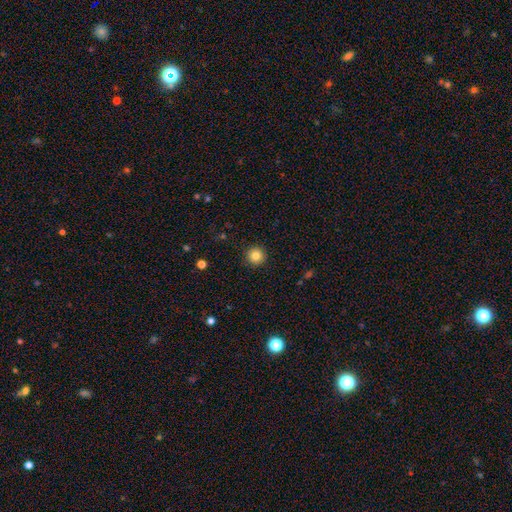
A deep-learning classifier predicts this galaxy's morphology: smooth-or-featured: smooth: 82% | star or artifact: 11% | featured or disk: 7%
  how-rounded: round: 96% | in between: 3% | cigar-shaped: 1%
  merging: none: 92% | minor disturbance: 5% | major disturbance: 2% | merger: 1%